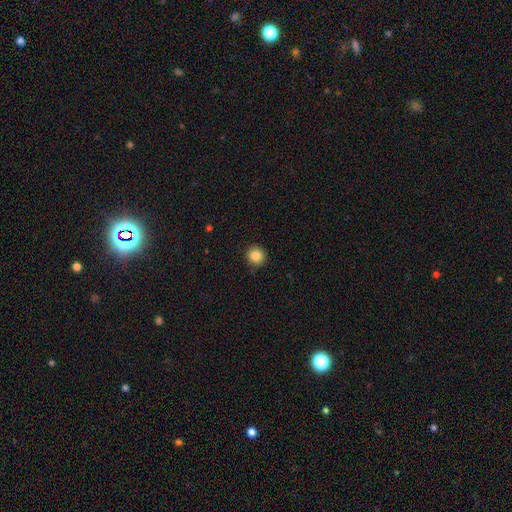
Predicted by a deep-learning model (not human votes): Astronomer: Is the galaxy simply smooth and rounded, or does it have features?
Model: smooth — 85%.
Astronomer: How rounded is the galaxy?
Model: round — 93%.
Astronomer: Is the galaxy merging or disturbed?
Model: none — 91%.